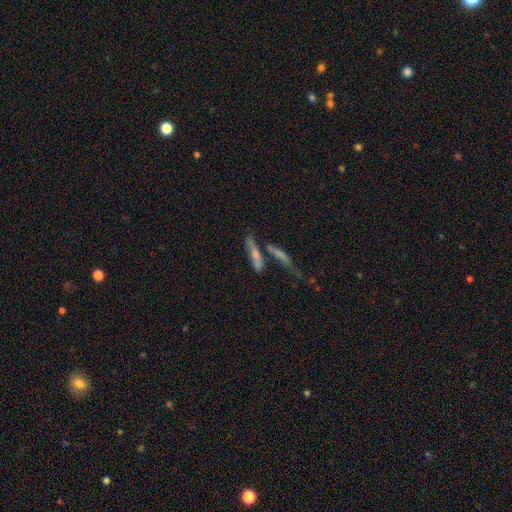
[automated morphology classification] Smooth or featured? Predicted: smooth (p=0.53). How rounded? Predicted: cigar-shaped (p=0.79). Merging? Predicted: none (p=0.46).